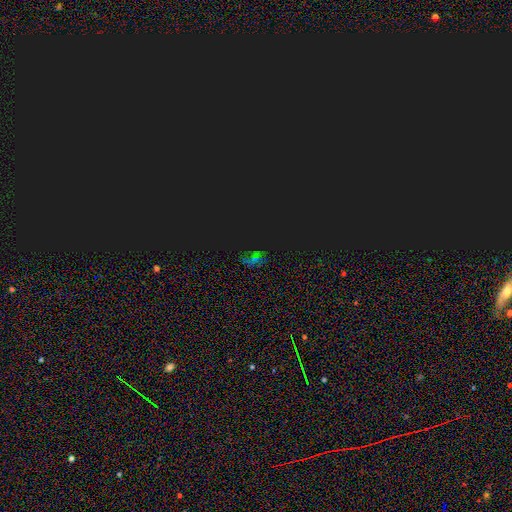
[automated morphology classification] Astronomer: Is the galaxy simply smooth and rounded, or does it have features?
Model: star or artifact — 66%.